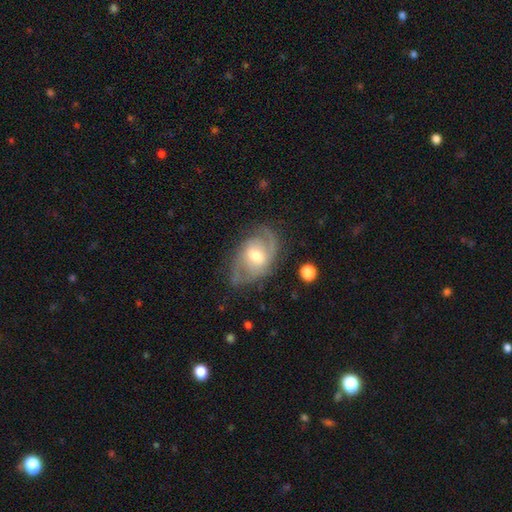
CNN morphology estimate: smooth_or_featured: featured or disk (p=0.81) [alt: smooth p=0.14]
disk_edge_on: no (p=0.96) [alt: yes p=0.04]
bar: weak (p=0.51) [alt: no p=0.37]
has_spiral_arms: yes (p=0.93) [alt: no p=0.07]
spiral_winding: medium (p=0.51) [alt: tight p=0.27]
spiral_arm_count: 2 (p=0.77) [alt: can't tell p=0.10]
bulge_size: moderate (p=0.65) [alt: small p=0.24]
merging: none (p=0.68) [alt: minor disturbance p=0.20]